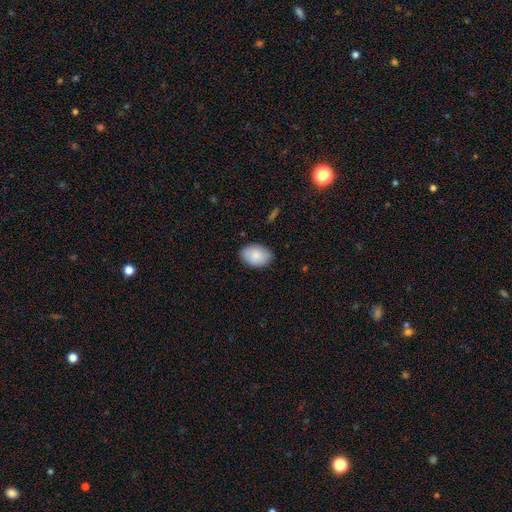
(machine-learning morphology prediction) The model was most divided on "merging": none: 85%, minor disturbance: 12%, major disturbance: 2%, merger: 1%. More confident: smooth or featured — smooth (87%); how rounded — in between (86%).